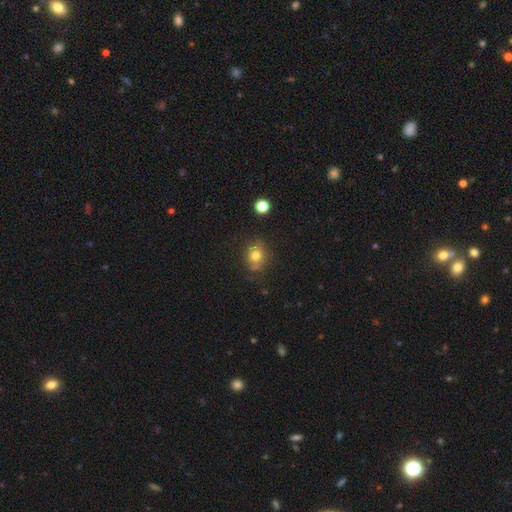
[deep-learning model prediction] A smooth galaxy with no disk features (76%) that is round (70%). Merging: none (71%).